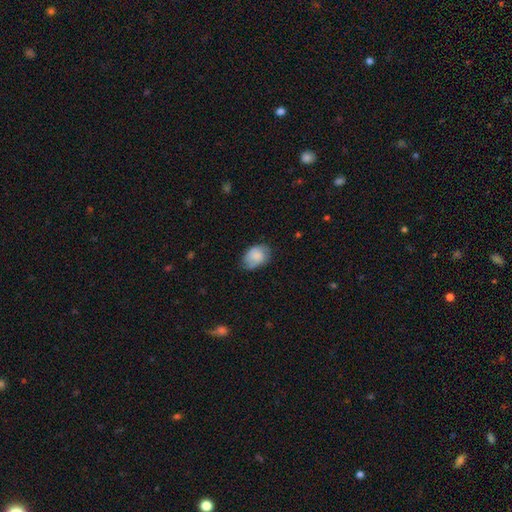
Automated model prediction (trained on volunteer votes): A smooth galaxy with no disk features (73%) that is in between round and cigar-shaped (75%). Merging: none (60%).